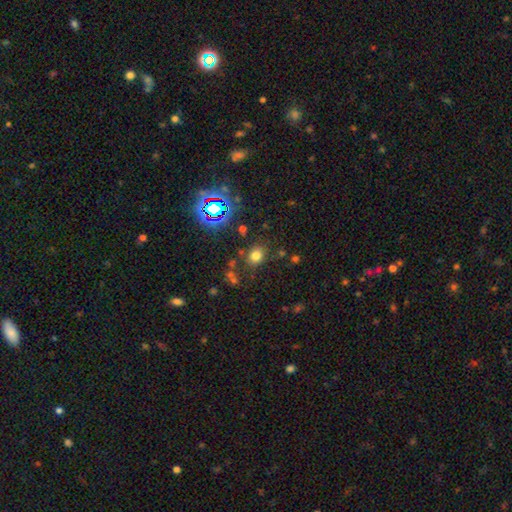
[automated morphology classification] A smooth galaxy with no disk features (71%) that is round (58%).

Vote fractions:
- Smooth or featured? smooth: 71% / star or artifact: 21% / featured or disk: 8%
- How rounded? round: 58% / in between: 41% / cigar-shaped: 1%
- Merging? none: 79% / minor disturbance: 11% / merger: 5% / major disturbance: 5%